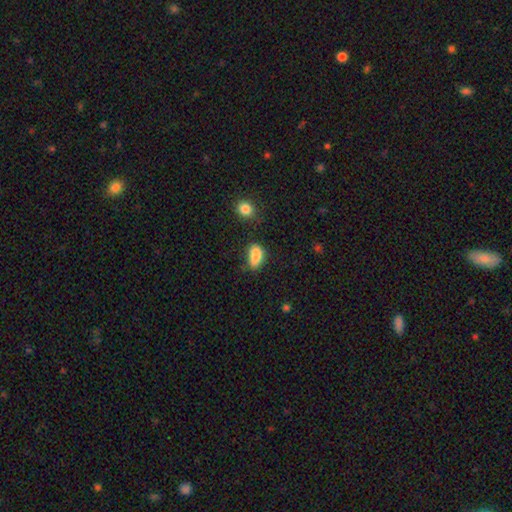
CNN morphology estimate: Smooth or featured: smooth — 82% (star or artifact — 9%)
How rounded: in between — 86% (round — 10%)
Merging: none — 52% (minor disturbance — 27%)